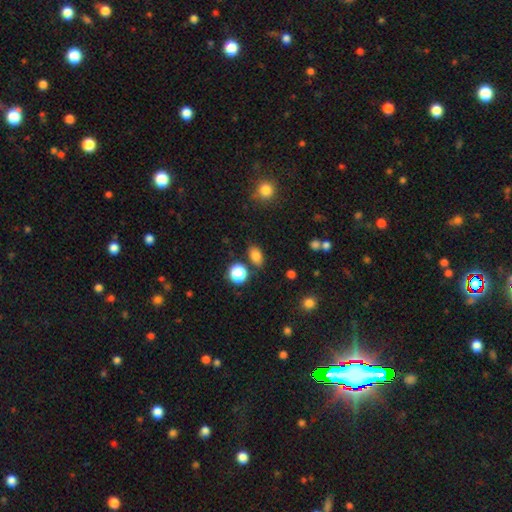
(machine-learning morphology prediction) Smooth or featured: smooth — 81% (star or artifact — 13%)
How rounded: in between — 81% (round — 17%)
Merging: none — 80% (minor disturbance — 12%)